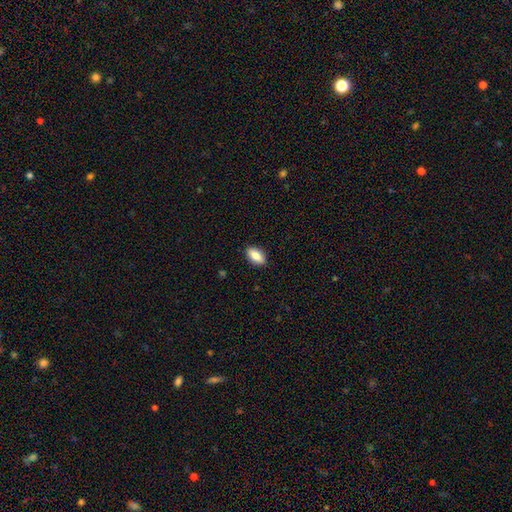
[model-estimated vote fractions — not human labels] Smooth or featured: smooth — 85% (featured or disk — 8%)
How rounded: in between — 90% (cigar-shaped — 7%)
Merging: none — 89% (minor disturbance — 8%)